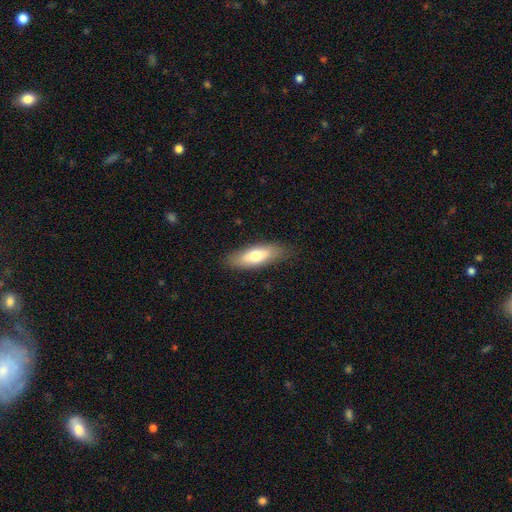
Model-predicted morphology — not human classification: Smooth or featured? smooth (70%)
How rounded? in between (65%)
Merging? none (84%)